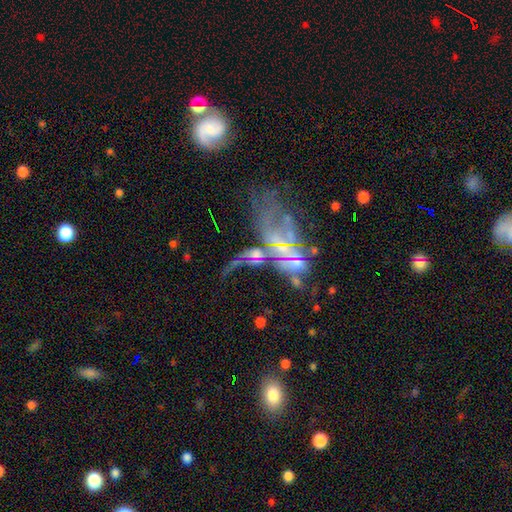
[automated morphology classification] smooth_or_featured: featured or disk (p=0.41) [alt: star or artifact p=0.37]
merging: none (p=0.34) [alt: major disturbance p=0.25]